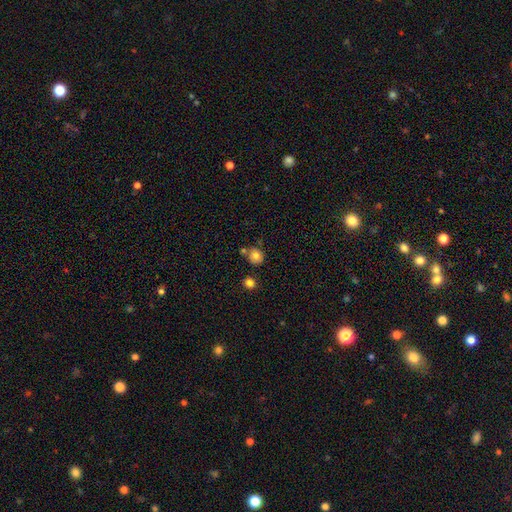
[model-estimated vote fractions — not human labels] A smooth galaxy with no disk features (80%) that is round (87%). Merging: none (71%).